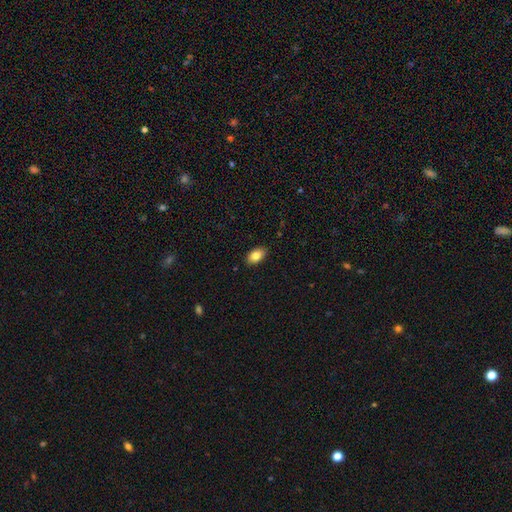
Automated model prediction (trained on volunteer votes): A smooth galaxy with no disk features (84%) that is in between round and cigar-shaped (92%).

Vote fractions:
- Smooth or featured? smooth: 84% / featured or disk: 9% / star or artifact: 7%
- How rounded? in between: 92% / round: 6% / cigar-shaped: 2%
- Merging? none: 88% / minor disturbance: 9% / major disturbance: 2% / merger: 1%